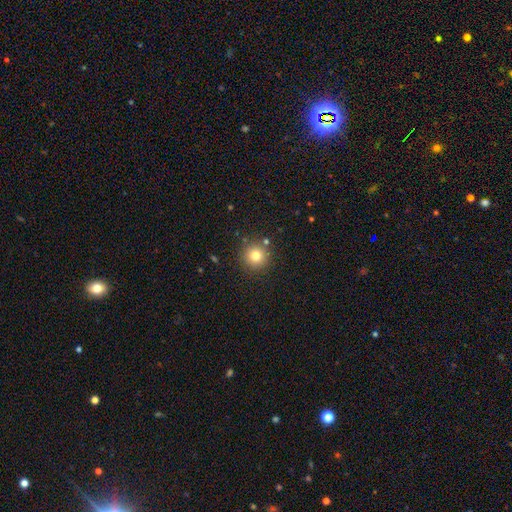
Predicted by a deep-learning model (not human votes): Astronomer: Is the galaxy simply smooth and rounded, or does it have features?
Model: smooth — 78%.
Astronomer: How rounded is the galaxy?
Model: round — 95%.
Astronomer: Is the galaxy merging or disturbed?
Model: none — 86%.